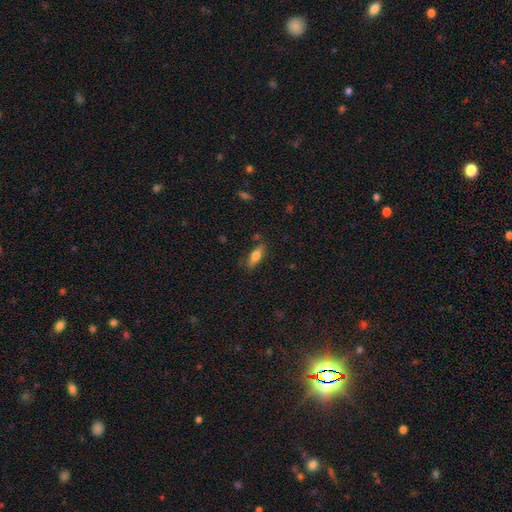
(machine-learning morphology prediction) Q: Smooth or featured?
A: smooth (71%); runner-up: featured or disk (22%)
Q: How rounded?
A: in between (59%); runner-up: cigar-shaped (38%)
Q: Merging?
A: none (79%); runner-up: minor disturbance (15%)